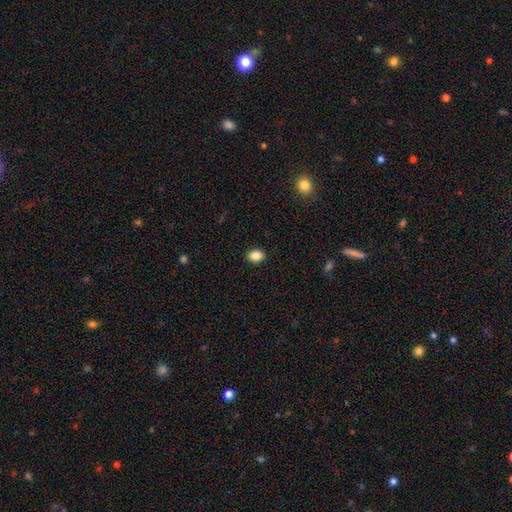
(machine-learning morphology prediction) Overall: smooth (86%). How rounded: in between (67%; round 32%). Merging: none (90%).